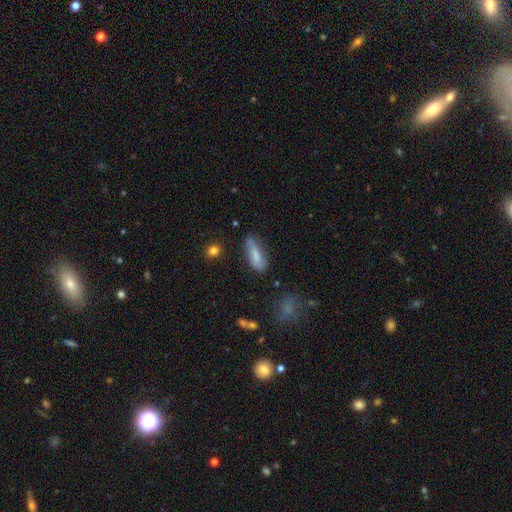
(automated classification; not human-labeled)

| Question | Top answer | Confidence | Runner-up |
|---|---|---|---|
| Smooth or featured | smooth | 74% | featured or disk (19%) |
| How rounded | in between | 57% | cigar-shaped (40%) |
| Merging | none | 62% | minor disturbance (28%) |